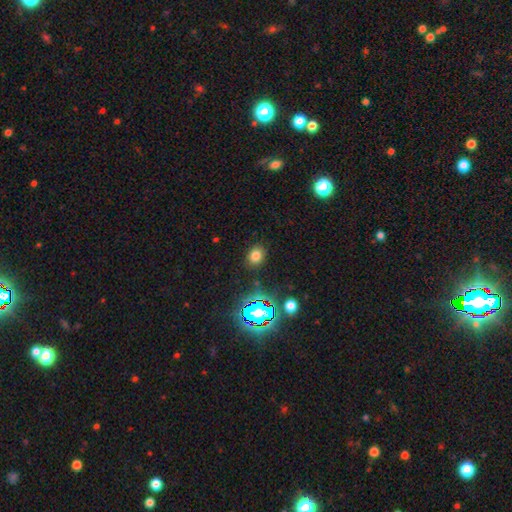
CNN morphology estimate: The model was most divided on "how rounded": round: 52%, in between: 47%, cigar-shaped: 1%. More confident: merging — none (86%); smooth or featured — smooth (72%).